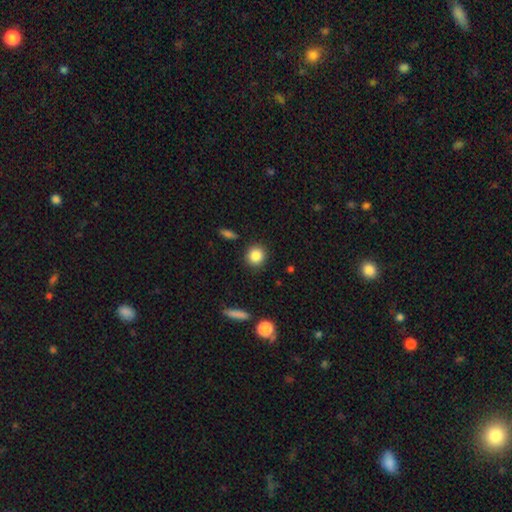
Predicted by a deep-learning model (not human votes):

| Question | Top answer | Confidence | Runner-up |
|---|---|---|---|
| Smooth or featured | smooth | 85% | star or artifact (9%) |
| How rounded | round | 88% | in between (10%) |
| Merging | none | 90% | minor disturbance (6%) |